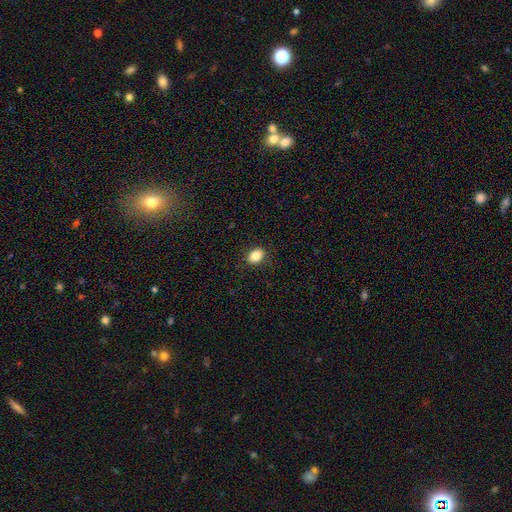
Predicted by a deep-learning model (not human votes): smooth 84%, star or artifact 9%, featured or disk 7%. Down the decision tree: how rounded — in between (78%); merging — none (86%).